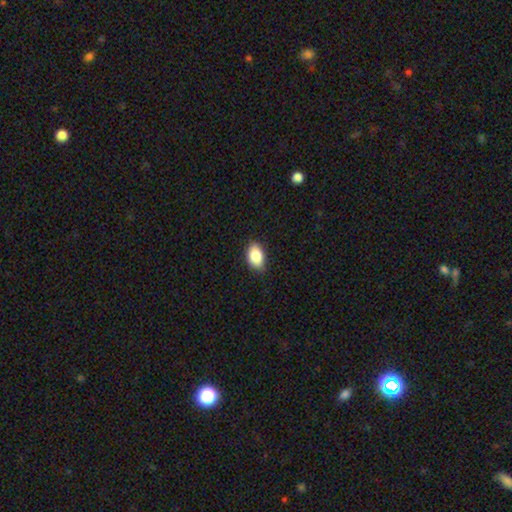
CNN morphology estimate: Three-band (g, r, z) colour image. It shows a smooth galaxy with no disk features (87%) that is in between round and cigar-shaped (90%). Merging: none (85%).